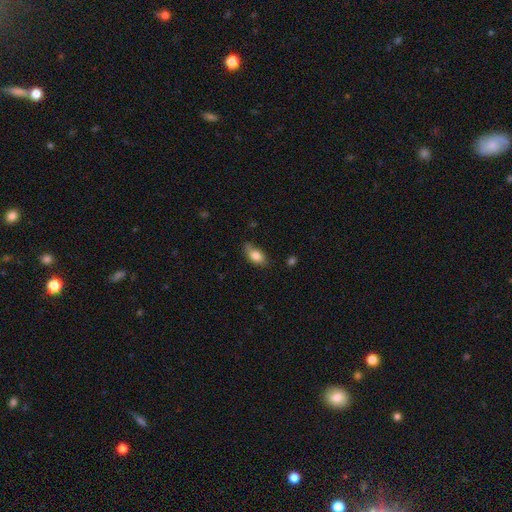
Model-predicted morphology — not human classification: Smooth or featured? Predicted: smooth (p=0.82). How rounded? Predicted: in between (p=0.88). Merging? Predicted: none (p=0.67).